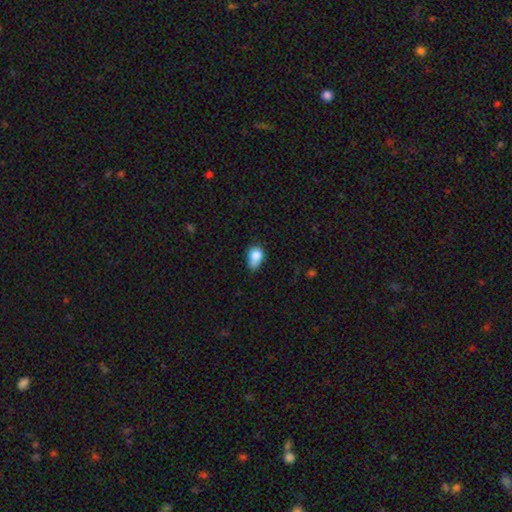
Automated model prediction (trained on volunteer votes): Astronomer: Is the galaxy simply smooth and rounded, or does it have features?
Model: smooth — 82%.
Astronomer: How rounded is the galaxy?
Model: in between — 69%.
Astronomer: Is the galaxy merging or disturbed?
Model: minor disturbance — 45% (runner-up: none, 35%).